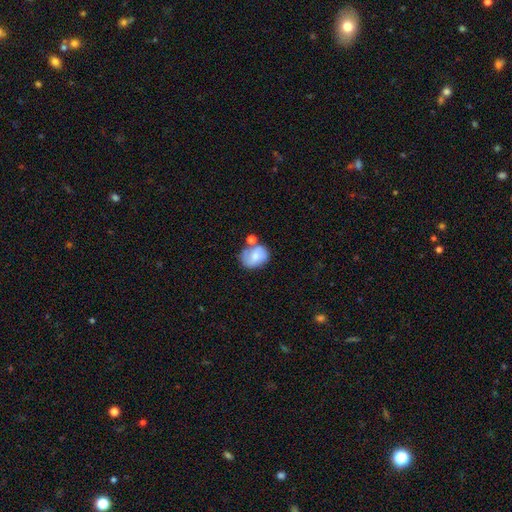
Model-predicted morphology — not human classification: Smooth or featured?
  - smooth: 52% *
  - featured or disk: 40%
  - star or artifact: 8%
How rounded?
  - in between: 50% *
  - round: 49%
  - cigar-shaped: 1%
Merging?
  - none: 45% *
  - merger: 23%
  - minor disturbance: 23%
  - major disturbance: 9%